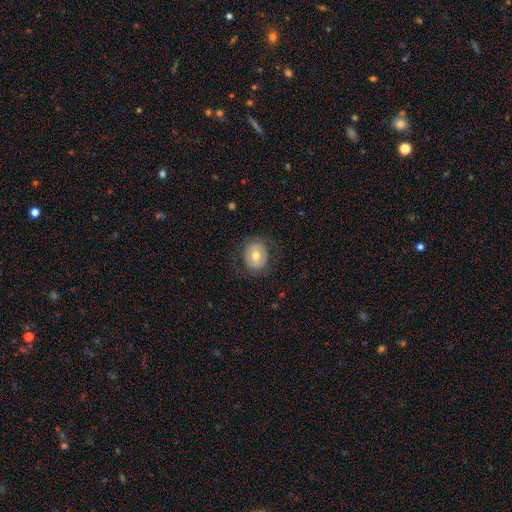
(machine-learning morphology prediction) This is likely a smooth galaxy (62%). How rounded: likely round (70%). Merging: likely none (78%).